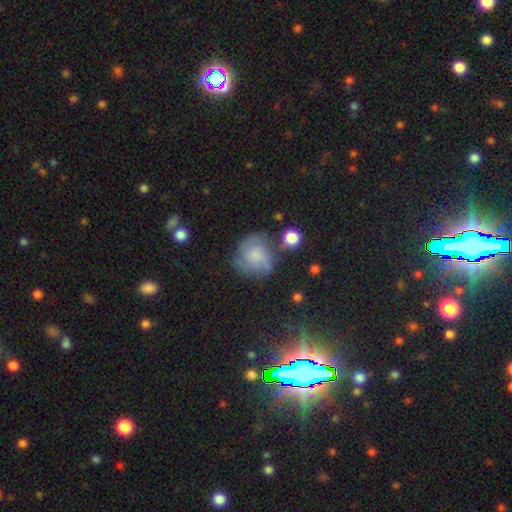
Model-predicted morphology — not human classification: smooth-or-featured: featured or disk: 59% | smooth: 32% | star or artifact: 10%
  disk-edge-on: no: 98% | yes: 2%
    bar: no: 76% | weak: 21% | strong: 3%
    has-spiral-arms: yes: 88% | no: 12%
      spiral-winding: medium: 43% | tight: 40% | loose: 18%
      spiral-arm-count: 3: 30% | can't tell: 29% | 2: 18% | 4: 10% | 1: 6% | more than 4: 6%
    bulge-size: small: 44% | moderate: 25% | none: 24% | large: 6% | dominant: 2%
  merging: none: 60% | minor disturbance: 22% | major disturbance: 12% | merger: 6%